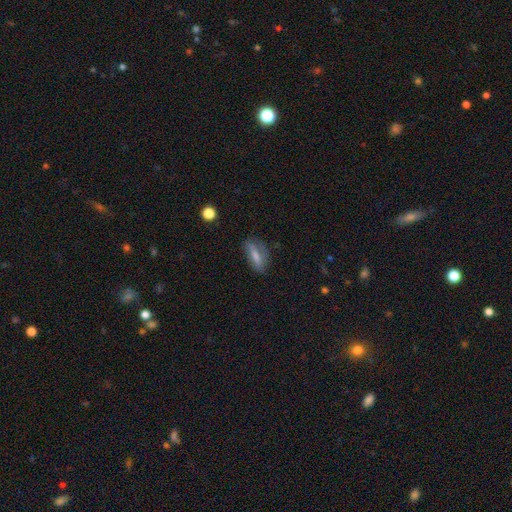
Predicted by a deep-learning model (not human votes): Smooth or featured: smooth — 48% (featured or disk — 40%)
Merging: none — 69% (minor disturbance — 22%)